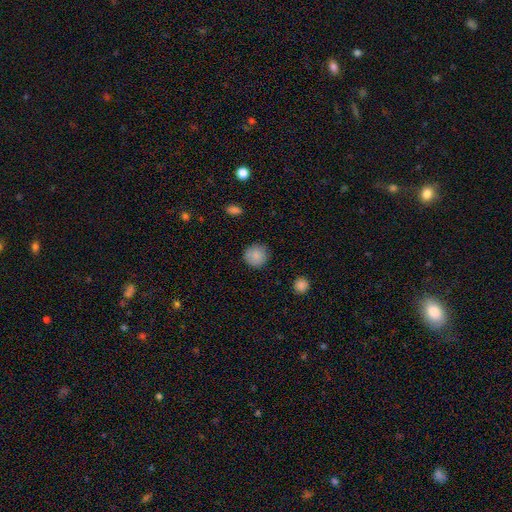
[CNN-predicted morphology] The model was most divided on "smooth or featured": smooth: 87%, star or artifact: 9%, featured or disk: 5%. More confident: how rounded — round (93%); merging — none (87%).